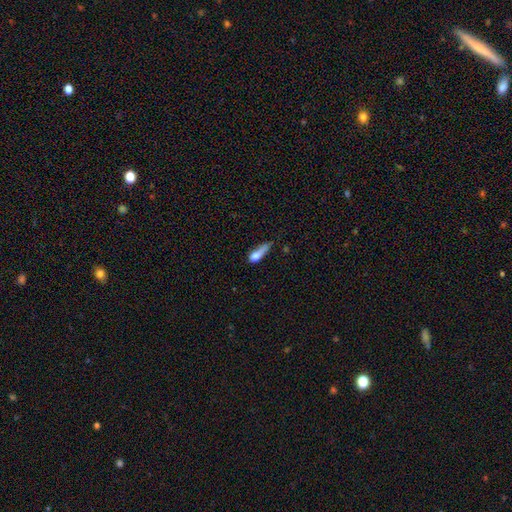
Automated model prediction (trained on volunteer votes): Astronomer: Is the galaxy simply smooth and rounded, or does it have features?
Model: smooth — 68%.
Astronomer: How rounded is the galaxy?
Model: in between — 50% (runner-up: cigar-shaped, 40%).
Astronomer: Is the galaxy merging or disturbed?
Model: major disturbance — 36% (runner-up: minor disturbance, 29%).